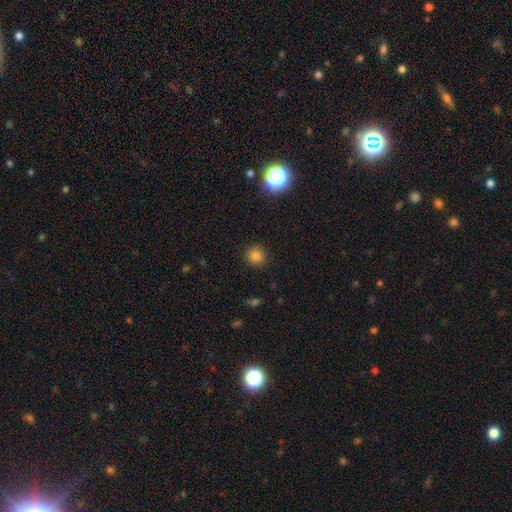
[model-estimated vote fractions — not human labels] smooth-or-featured: smooth: 82% | star or artifact: 14% | featured or disk: 5%
  how-rounded: round: 92% | in between: 7% | cigar-shaped: 1%
  merging: none: 90% | minor disturbance: 6% | major disturbance: 2% | merger: 1%